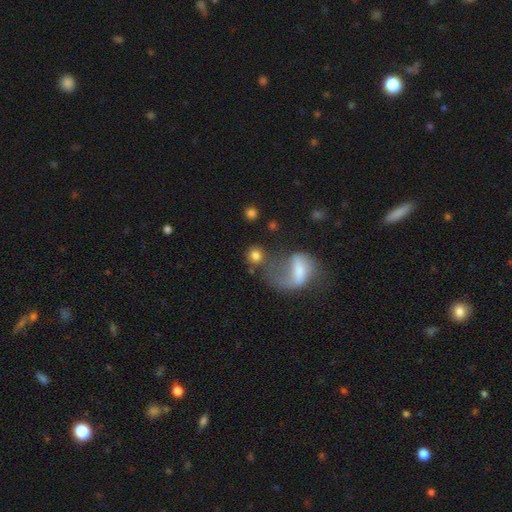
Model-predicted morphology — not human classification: smooth 76%, featured or disk 15%, star or artifact 9%. Down the decision tree: how rounded — round (82%); merging — none (52%).